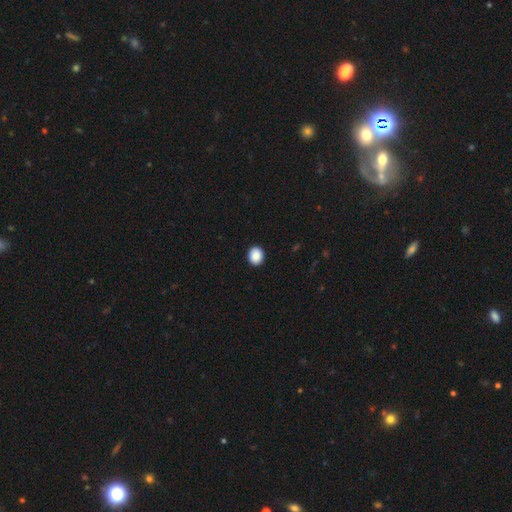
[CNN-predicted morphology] Overall: smooth (89%). How rounded: round (70%). Merging: none (91%).